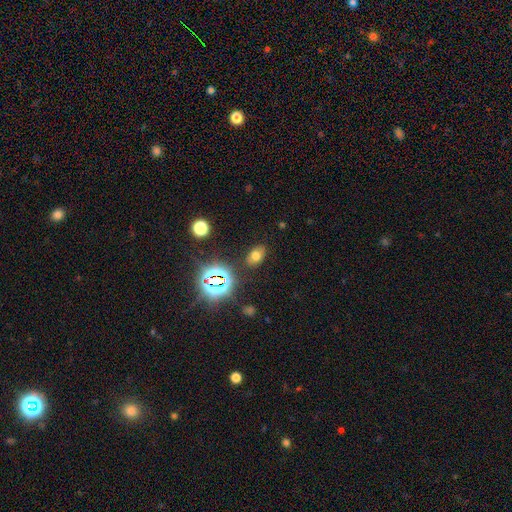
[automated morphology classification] smooth 61%, star or artifact 25%, featured or disk 14%. Down the decision tree: how rounded — in between (79%); merging — none (82%).